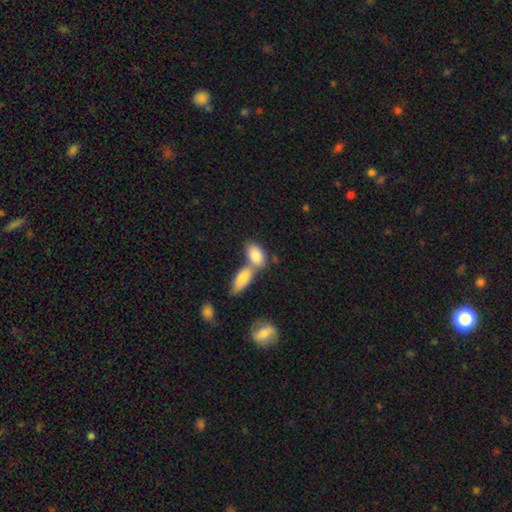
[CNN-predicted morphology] Overall: smooth (83%). How rounded: in between (90%). Merging: merger (50%; none 37%).